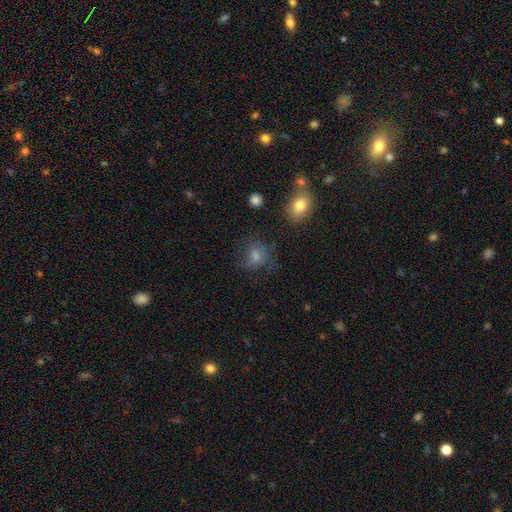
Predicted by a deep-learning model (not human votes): This is possibly a smooth galaxy (50%). Merging: likely none (67%).